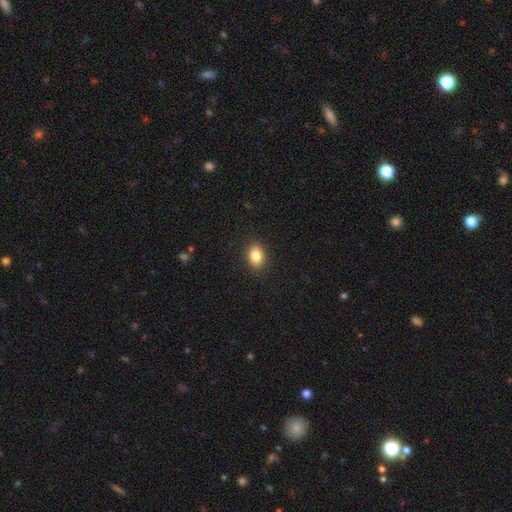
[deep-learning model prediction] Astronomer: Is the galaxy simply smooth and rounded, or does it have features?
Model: smooth — 84%.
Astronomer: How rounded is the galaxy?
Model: in between — 73%.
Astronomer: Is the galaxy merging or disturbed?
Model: none — 90%.